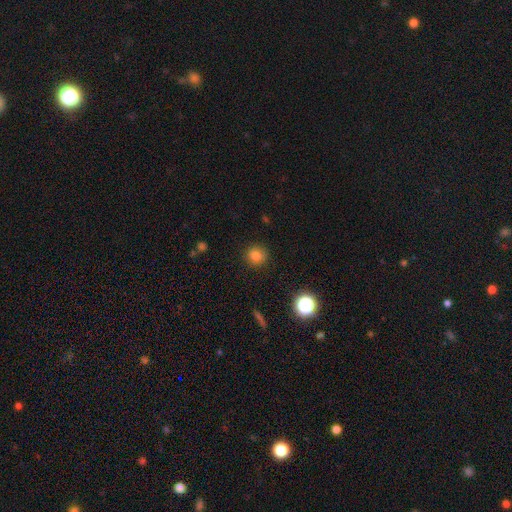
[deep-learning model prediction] This is clearly a smooth galaxy (81%). How rounded: clearly round (87%). Merging: clearly none (88%).